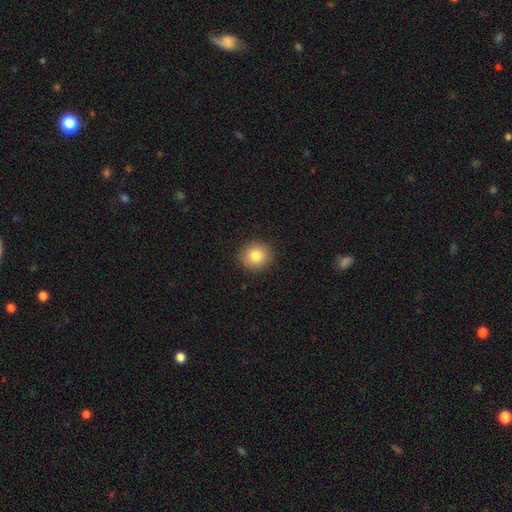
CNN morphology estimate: smooth 83%, star or artifact 9%, featured or disk 7%. Down the decision tree: how rounded — round (87%); merging — none (91%).